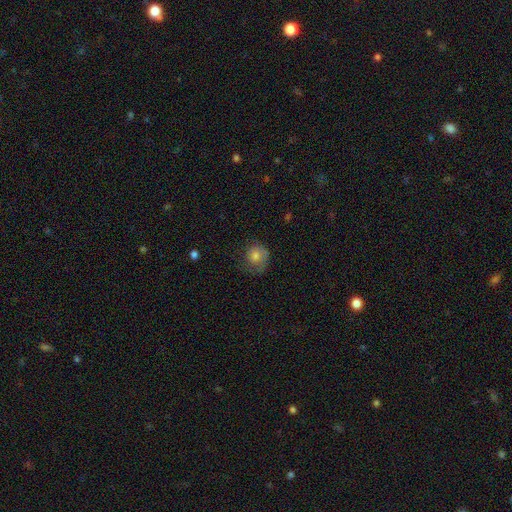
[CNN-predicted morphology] Smooth or featured: smooth — 61% (featured or disk — 30%)
How rounded: round — 79% (in between — 21%)
Merging: none — 53% (minor disturbance — 23%)